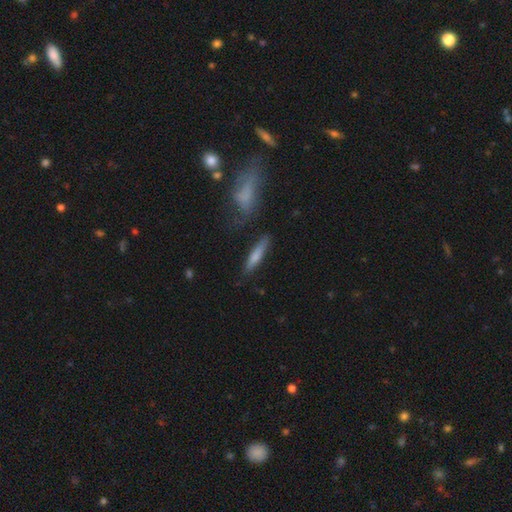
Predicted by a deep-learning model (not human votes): Smooth or featured? smooth (70%)
How rounded? cigar-shaped (84%)
Merging? none (76%)